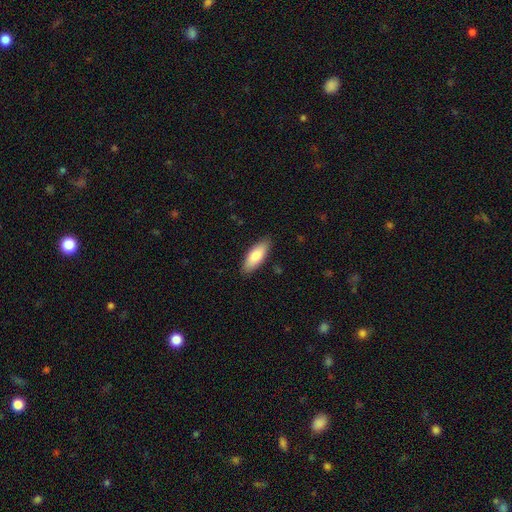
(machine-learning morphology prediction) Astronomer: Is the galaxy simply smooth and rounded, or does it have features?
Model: smooth — 82%.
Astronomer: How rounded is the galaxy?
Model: in between — 72%.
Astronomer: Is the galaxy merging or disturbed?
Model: none — 87%.